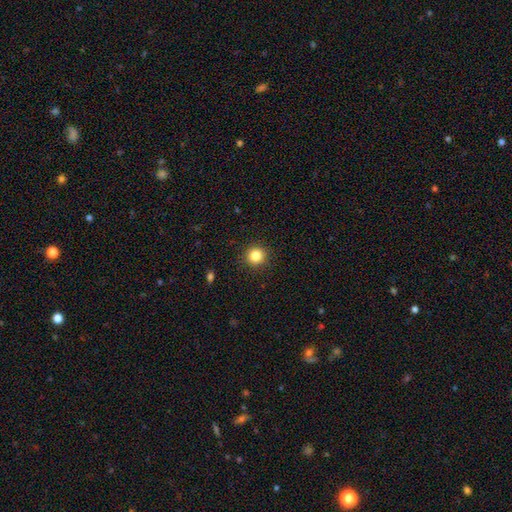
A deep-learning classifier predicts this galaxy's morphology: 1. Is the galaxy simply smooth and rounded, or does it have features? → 84% smooth, 11% star or artifact, 5% featured or disk.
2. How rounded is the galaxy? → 93% round, 6% in between, 1% cigar-shaped.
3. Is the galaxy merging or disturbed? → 91% none, 6% minor disturbance, 2% major disturbance, 1% merger.